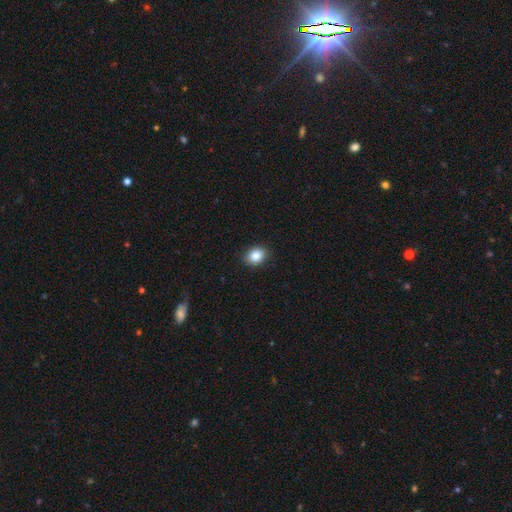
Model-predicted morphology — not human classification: The model was most divided on "how rounded": in between: 55%, round: 44%, cigar-shaped: 1%. More confident: merging — none (90%); smooth or featured — smooth (85%).